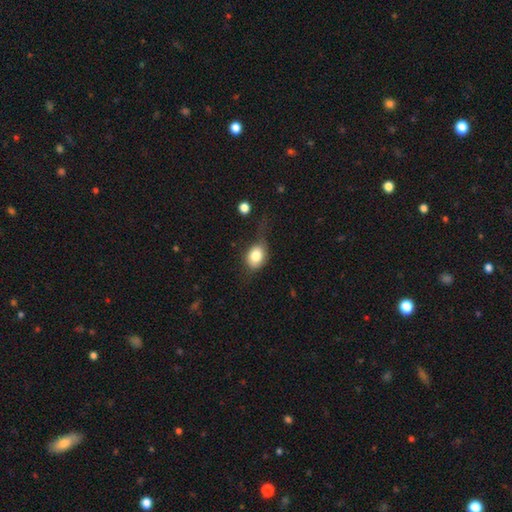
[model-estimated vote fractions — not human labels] Q: Smooth or featured?
A: smooth (78%); runner-up: featured or disk (13%)
Q: How rounded?
A: in between (63%); runner-up: round (36%)
Q: Merging?
A: none (43%); runner-up: minor disturbance (32%)